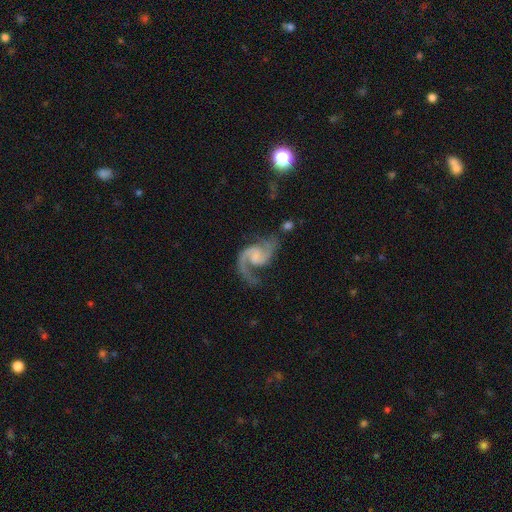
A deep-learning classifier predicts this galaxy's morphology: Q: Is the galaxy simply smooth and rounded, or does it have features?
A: featured or disk — 92%.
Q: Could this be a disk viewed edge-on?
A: no — 98%.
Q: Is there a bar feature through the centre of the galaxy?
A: no — 48%.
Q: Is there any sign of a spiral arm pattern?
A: yes — 98%.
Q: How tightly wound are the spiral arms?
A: medium — 50%.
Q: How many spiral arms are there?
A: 2 — 91%.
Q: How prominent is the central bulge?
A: none — 49%.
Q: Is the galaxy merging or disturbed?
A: none — 62%.